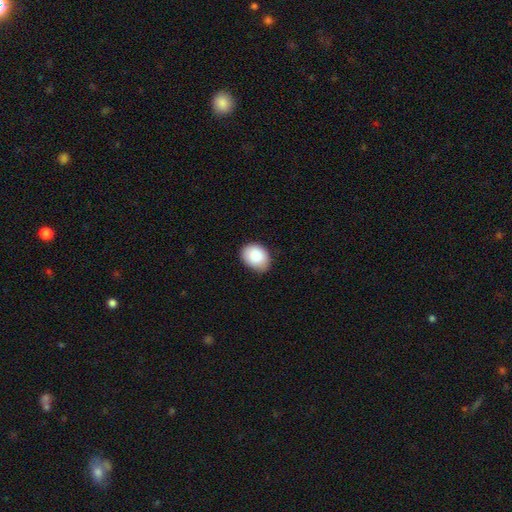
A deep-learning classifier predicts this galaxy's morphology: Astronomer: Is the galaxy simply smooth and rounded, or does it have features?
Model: smooth — 89%.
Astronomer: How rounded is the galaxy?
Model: in between — 69%.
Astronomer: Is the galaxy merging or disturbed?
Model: none — 76%.